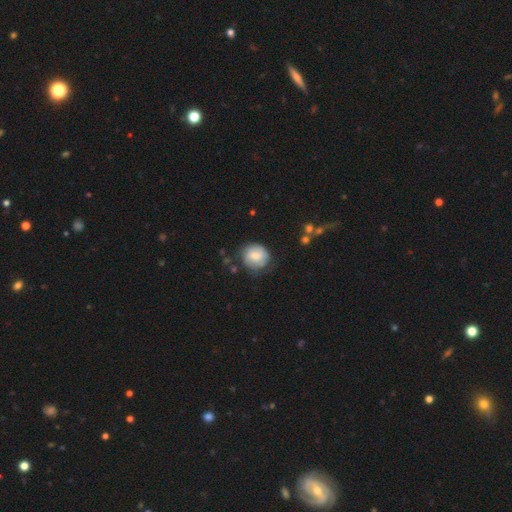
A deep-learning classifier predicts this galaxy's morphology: type=smooth (59%); roundness=round (83%); merging=none (66%).